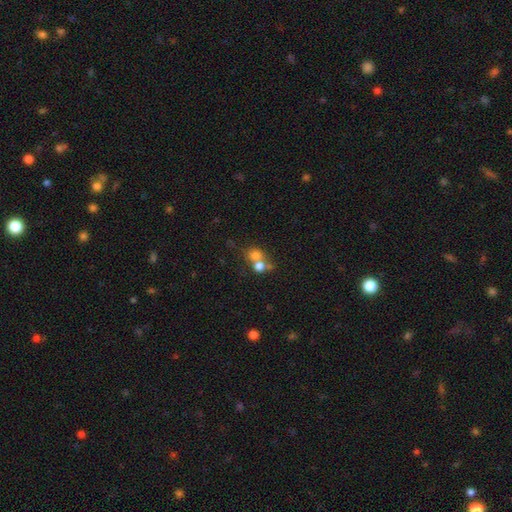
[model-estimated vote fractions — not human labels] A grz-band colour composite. It shows a smooth galaxy with no disk features (71%) that is round (73%). Merging: merger (58%).